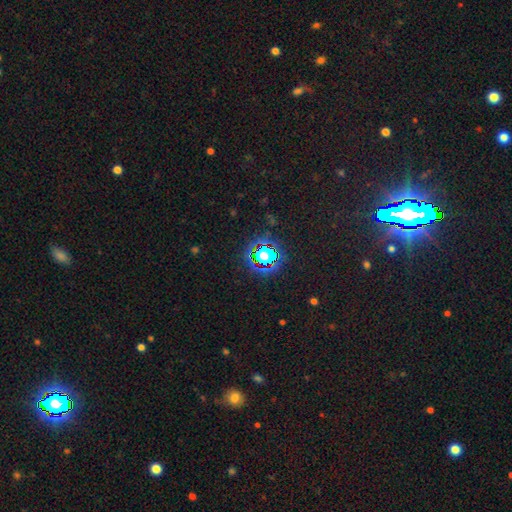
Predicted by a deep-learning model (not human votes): Overall: star or artifact (82%).